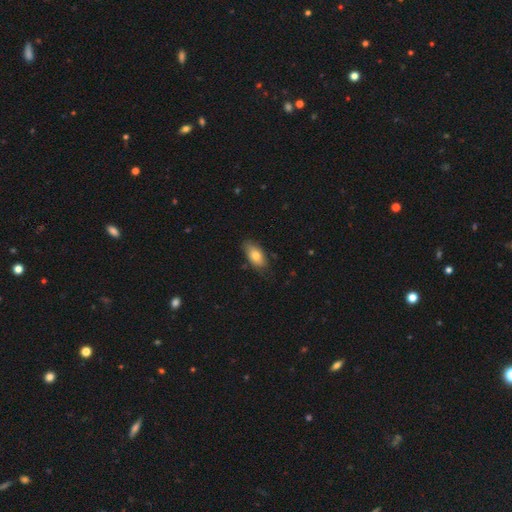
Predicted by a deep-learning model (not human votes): This is likely a smooth galaxy (77%). How rounded: clearly in between (90%). Merging: likely none (76%).